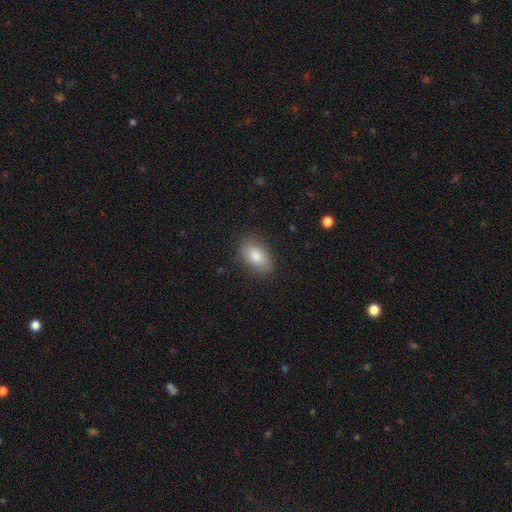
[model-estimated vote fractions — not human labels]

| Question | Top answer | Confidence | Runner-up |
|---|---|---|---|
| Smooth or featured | smooth | 84% | featured or disk (9%) |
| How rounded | in between | 92% | round (6%) |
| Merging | none | 83% | minor disturbance (13%) |